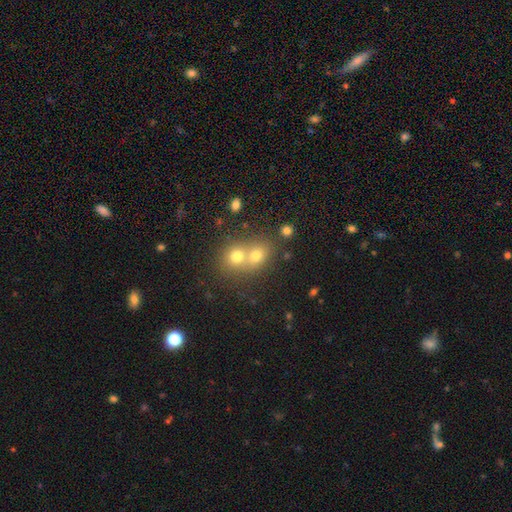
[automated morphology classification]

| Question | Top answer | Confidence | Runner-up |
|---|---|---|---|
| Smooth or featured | smooth | 71% | star or artifact (15%) |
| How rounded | round | 63% | in between (36%) |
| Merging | merger | 61% | none (30%) |